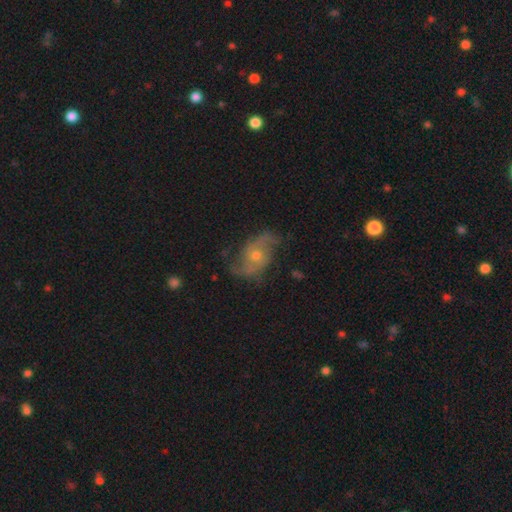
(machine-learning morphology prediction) Smooth or featured?
  - featured or disk: 81% *
  - smooth: 11%
  - star or artifact: 8%
Edge-on disk?
  - no: 96% *
  - yes: 4%
Bar?
  - no: 69% *
  - weak: 26%
  - strong: 5%
Spiral arms?
  - yes: 93% *
  - no: 7%
Spiral winding?
  - loose: 50% *
  - medium: 38%
  - tight: 12%
Spiral arm count?
  - 2: 87% *
  - can't tell: 6%
  - 3: 3%
  - 1: 2%
  - 4: 1%
  - more than 4: 1%
Bulge size?
  - small: 49% *
  - moderate: 46%
  - large: 2%
  - none: 2%
  - dominant: 1%
Merging?
  - none: 70% *
  - minor disturbance: 19%
  - major disturbance: 9%
  - merger: 2%